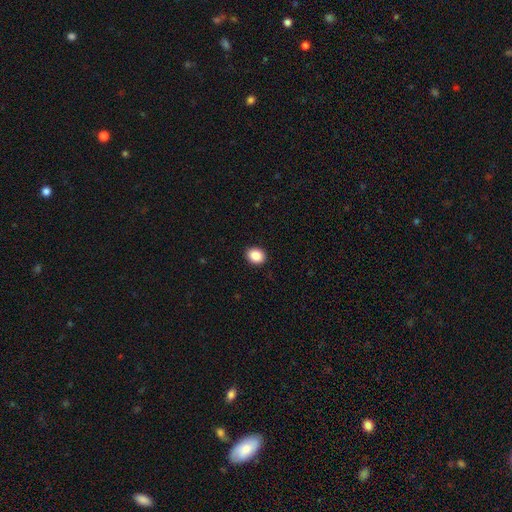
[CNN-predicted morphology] Smooth or featured: smooth — 87% (star or artifact — 9%)
How rounded: round — 54% (in between — 46%)
Merging: none — 92% (minor disturbance — 6%)